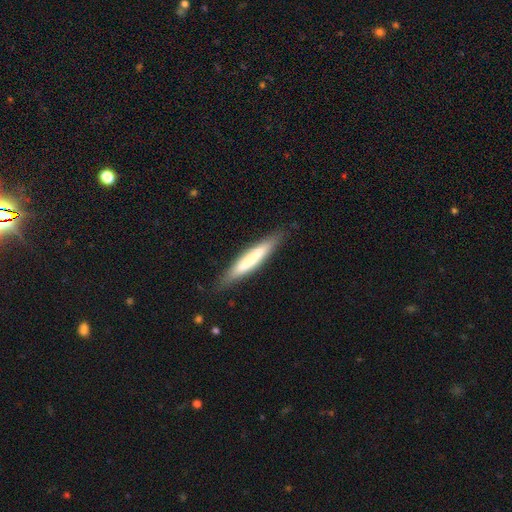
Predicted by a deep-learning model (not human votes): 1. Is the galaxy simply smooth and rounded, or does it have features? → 62% smooth, 32% featured or disk, 6% star or artifact.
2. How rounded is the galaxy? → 92% cigar-shaped, 7% in between, 1% round.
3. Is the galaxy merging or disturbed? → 85% none, 12% minor disturbance, 2% major disturbance, 1% merger.